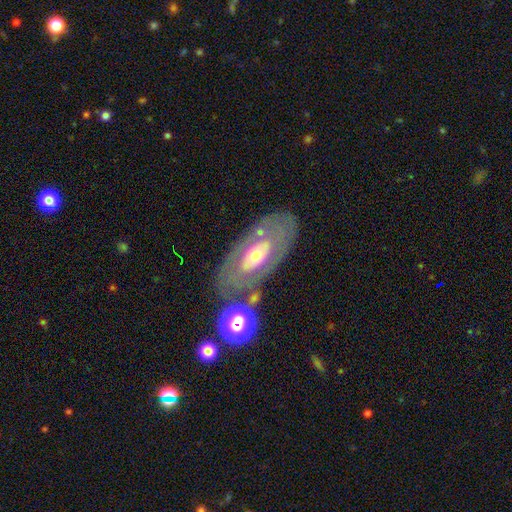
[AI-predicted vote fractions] Smooth or featured?
  - featured or disk: 59% *
  - smooth: 34%
  - star or artifact: 7%
Edge-on disk?
  - no: 86% *
  - yes: 14%
Bar?
  - no: 78% *
  - weak: 14%
  - strong: 8%
Spiral arms?
  - no: 79% *
  - yes: 21%
Bulge size?
  - moderate: 62% *
  - small: 20%
  - large: 14%
  - dominant: 2%
  - none: 1%
Merging?
  - none: 70% *
  - minor disturbance: 14%
  - merger: 8%
  - major disturbance: 8%